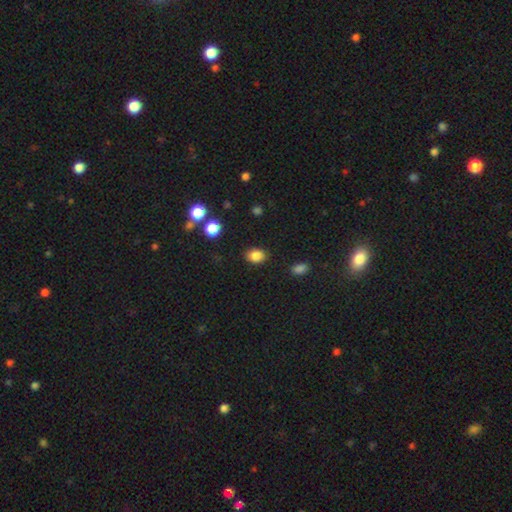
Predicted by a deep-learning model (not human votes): Smooth or featured? Predicted: smooth (p=0.85). How rounded? Predicted: in between (p=0.66). Merging? Predicted: none (p=0.85).